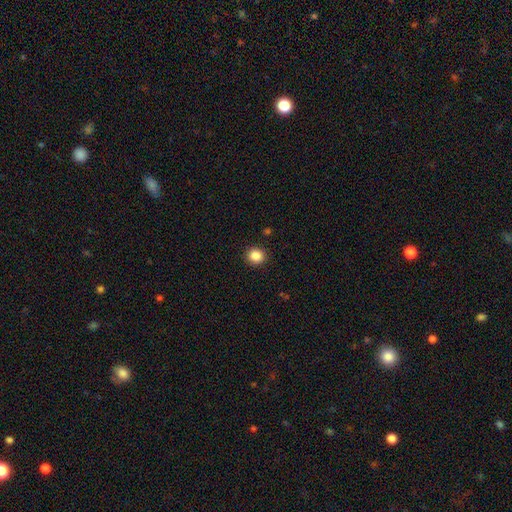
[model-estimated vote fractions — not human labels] Q: Smooth or featured?
A: smooth (87%); runner-up: star or artifact (10%)
Q: How rounded?
A: round (87%); runner-up: in between (13%)
Q: Merging?
A: none (91%); runner-up: minor disturbance (6%)